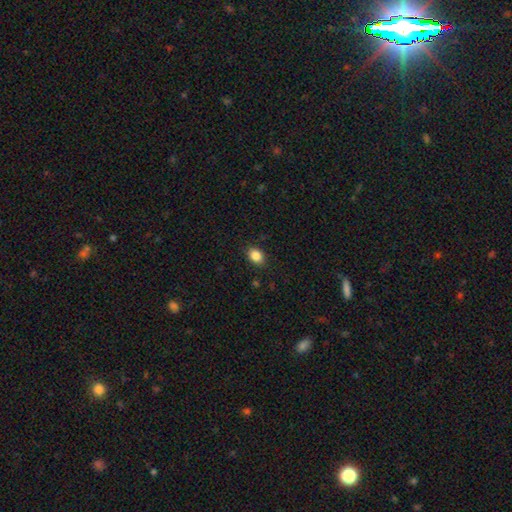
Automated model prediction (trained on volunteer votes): smooth_or_featured: smooth (p=0.86) [alt: star or artifact p=0.09]
how_rounded: in between (p=0.68) [alt: round p=0.31]
merging: none (p=0.88) [alt: minor disturbance p=0.09]